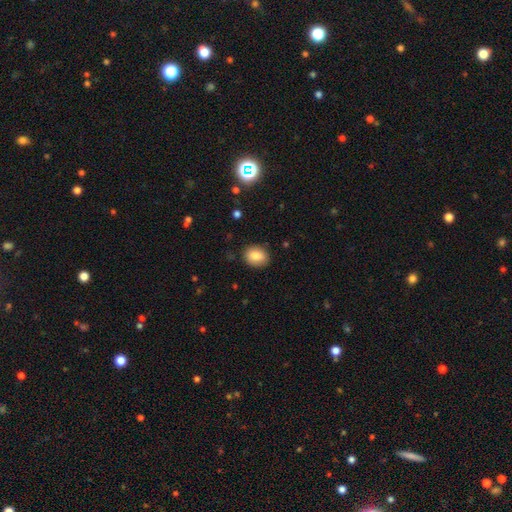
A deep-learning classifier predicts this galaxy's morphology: This appears to be a smooth galaxy with no disk features (83%) that is in between round and cigar-shaped (53%). Merging: none (87%).